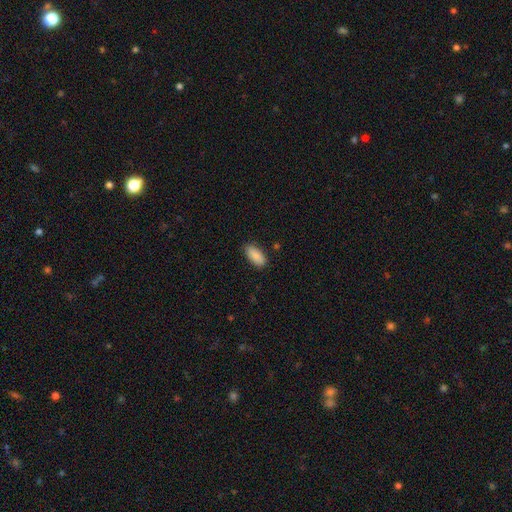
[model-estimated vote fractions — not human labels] Q: Smooth or featured?
A: smooth (89%); runner-up: star or artifact (7%)
Q: How rounded?
A: in between (88%); runner-up: cigar-shaped (10%)
Q: Merging?
A: none (84%); runner-up: minor disturbance (12%)